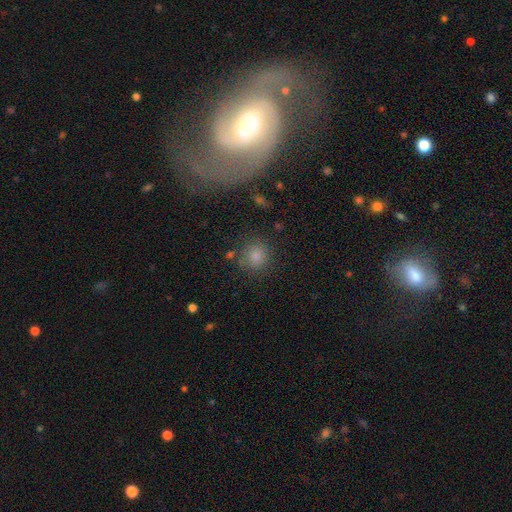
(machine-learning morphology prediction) This is likely a smooth galaxy (66%). How rounded: clearly round (90%). Merging: clearly none (83%).